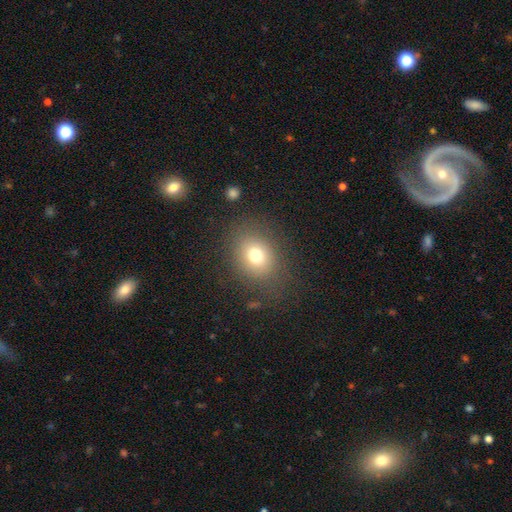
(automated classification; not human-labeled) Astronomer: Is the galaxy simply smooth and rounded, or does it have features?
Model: smooth — 73%.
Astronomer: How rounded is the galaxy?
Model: round — 58% (runner-up: in between, 41%).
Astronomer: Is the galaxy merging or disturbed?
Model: none — 79%.